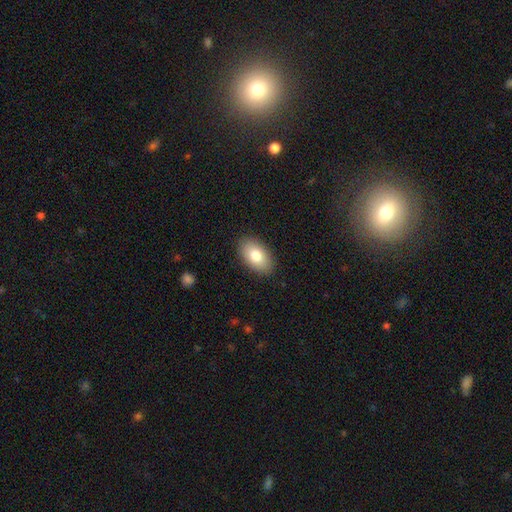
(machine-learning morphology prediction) smooth 80%, featured or disk 13%, star or artifact 7%. Down the decision tree: how rounded — in between (93%); merging — none (89%).